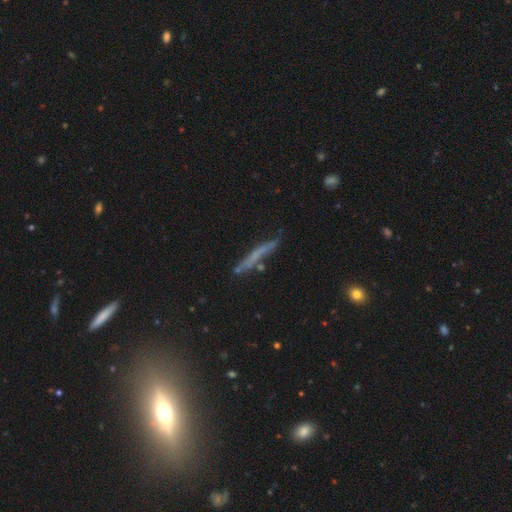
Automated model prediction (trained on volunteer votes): A smooth galaxy with no disk features (48%). Merging: none (75%).